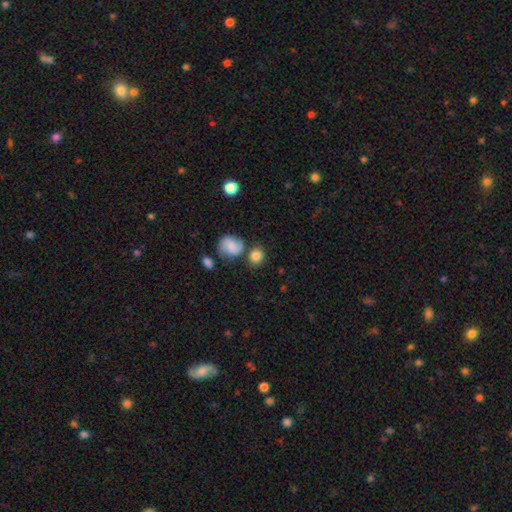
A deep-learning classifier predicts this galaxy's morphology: This is clearly a smooth galaxy (82%). How rounded: likely round (72%). Merging: likely none (66%).